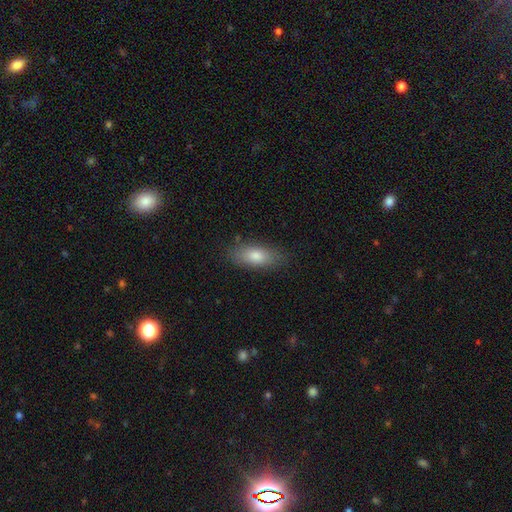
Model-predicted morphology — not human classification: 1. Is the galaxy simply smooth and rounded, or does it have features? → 78% smooth, 15% featured or disk, 7% star or artifact.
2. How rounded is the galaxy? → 78% in between, 19% cigar-shaped, 3% round.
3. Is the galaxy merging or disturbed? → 84% none, 12% minor disturbance, 3% major disturbance, 1% merger.